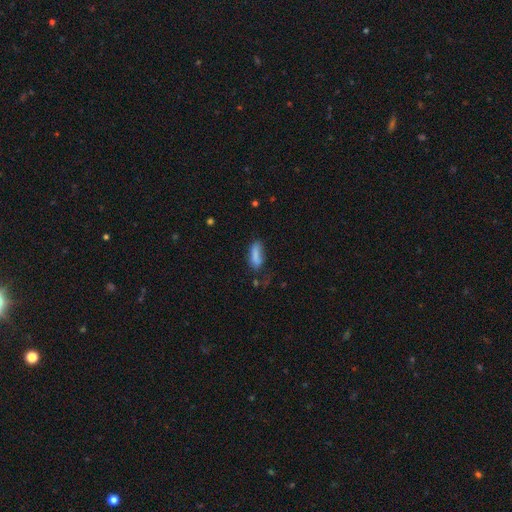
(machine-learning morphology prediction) Smooth or featured? smooth (81%)
How rounded? in between (64%)
Merging? none (51%)